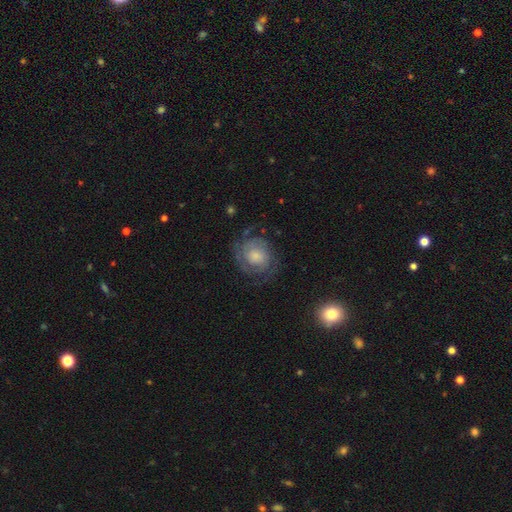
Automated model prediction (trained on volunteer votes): Q: Smooth or featured?
A: featured or disk (68%); runner-up: smooth (25%)
Q: Edge-on disk?
A: no (98%); runner-up: yes (2%)
Q: Bar?
A: no (77%); runner-up: weak (20%)
Q: Spiral arms?
A: yes (88%); runner-up: no (12%)
Q: Spiral winding?
A: tight (61%); runner-up: medium (29%)
Q: Spiral arm count?
A: 2 (47%); runner-up: can't tell (28%)
Q: Bulge size?
A: small (38%); runner-up: moderate (31%)
Q: Merging?
A: none (69%); runner-up: minor disturbance (17%)